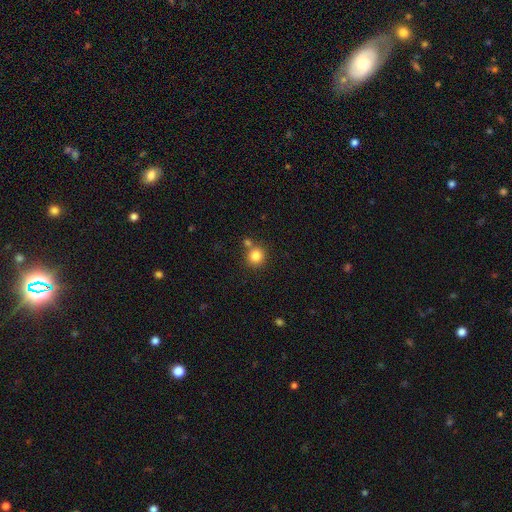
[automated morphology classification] This is clearly a smooth galaxy (83%). How rounded: clearly round (90%). Merging: likely none (71%).